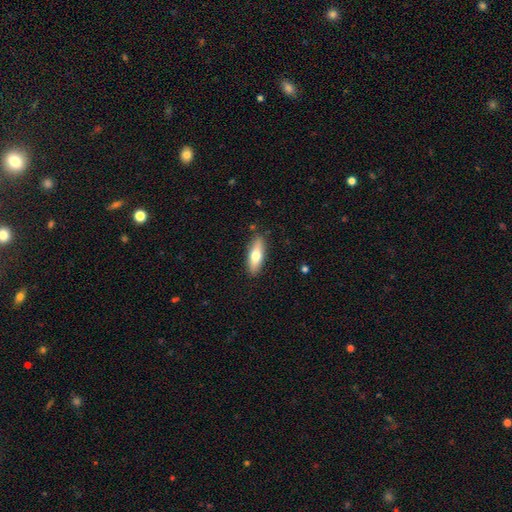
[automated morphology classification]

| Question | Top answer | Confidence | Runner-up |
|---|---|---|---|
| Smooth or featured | smooth | 66% | featured or disk (28%) |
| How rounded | in between | 54% | cigar-shaped (43%) |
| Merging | none | 87% | minor disturbance (10%) |